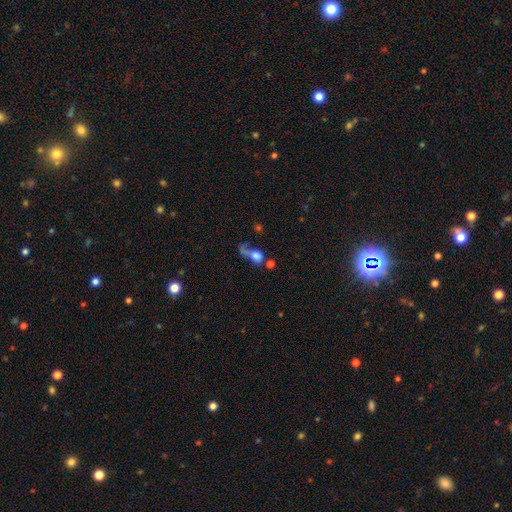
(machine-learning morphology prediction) This is possibly a smooth galaxy (59%). How rounded: possibly round (50%). Merging: marginally major disturbance (42%).